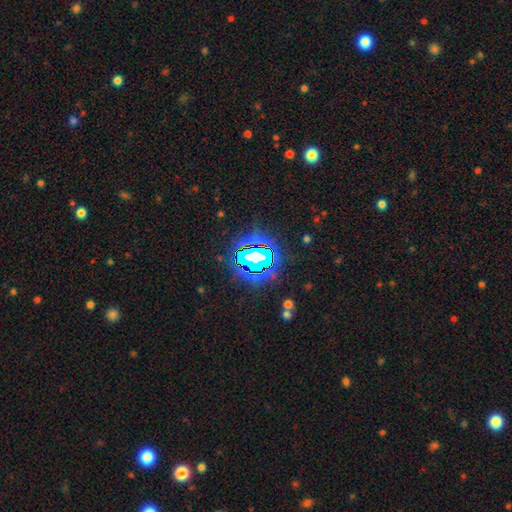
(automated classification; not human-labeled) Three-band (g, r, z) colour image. It shows a star or artifact, not a galaxy (81%).